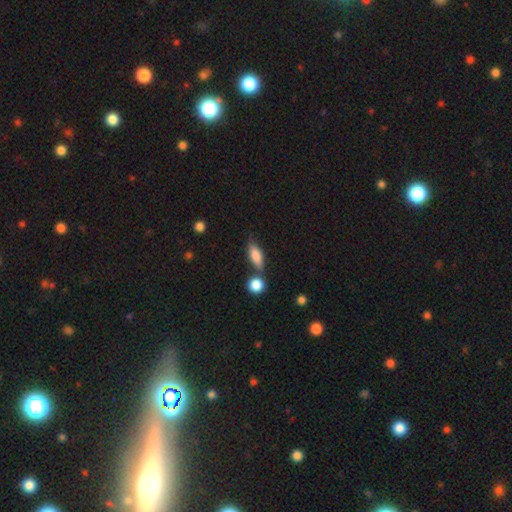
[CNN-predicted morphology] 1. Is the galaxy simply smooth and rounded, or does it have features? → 75% smooth, 17% featured or disk, 7% star or artifact.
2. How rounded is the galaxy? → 69% in between, 26% cigar-shaped, 5% round.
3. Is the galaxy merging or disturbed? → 61% none, 17% merger, 17% minor disturbance, 5% major disturbance.